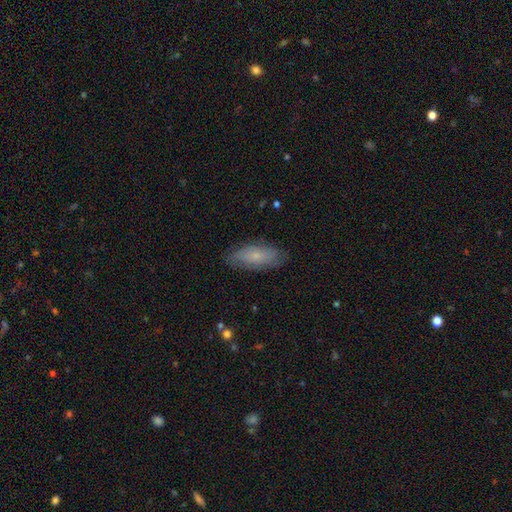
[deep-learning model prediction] Smooth or featured?
  - smooth: 67% *
  - featured or disk: 26%
  - star or artifact: 7%
How rounded?
  - in between: 74% *
  - cigar-shaped: 24%
  - round: 2%
Merging?
  - none: 81% *
  - minor disturbance: 15%
  - major disturbance: 3%
  - merger: 1%